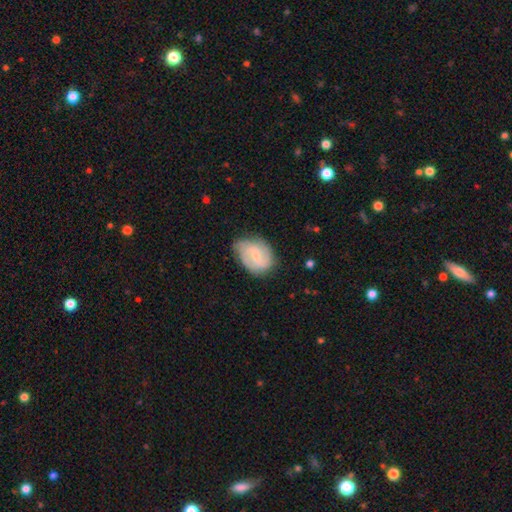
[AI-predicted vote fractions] Smooth or featured: featured or disk — 67% (smooth — 28%)
Edge-on disk: no — 98% (yes — 2%)
Bar: weak — 57% (no — 32%)
Spiral arms: yes — 91% (no — 9%)
Spiral winding: medium — 46% (tight — 36%)
Spiral arm count: 2 — 65% (can't tell — 17%)
Bulge size: small — 53% (moderate — 36%)
Merging: none — 67% (minor disturbance — 25%)